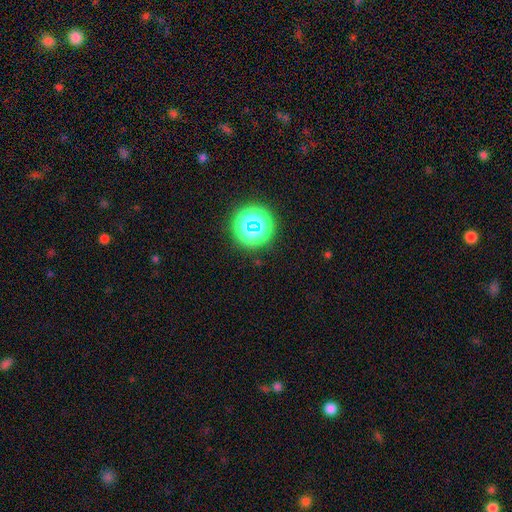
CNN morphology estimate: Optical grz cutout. It shows a star or artifact, not a galaxy (79%).